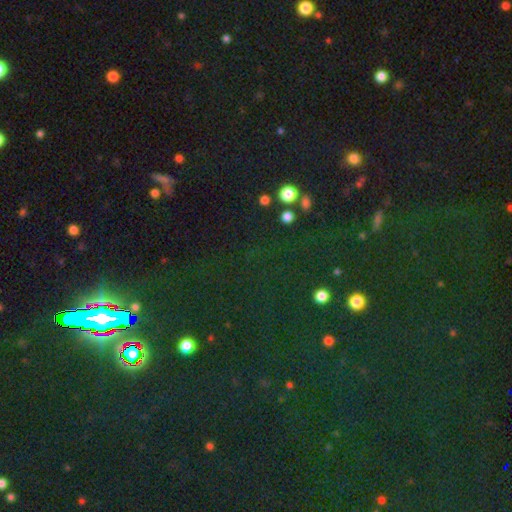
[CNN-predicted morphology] smooth_or_featured: star or artifact (p=0.81) [alt: smooth p=0.11]